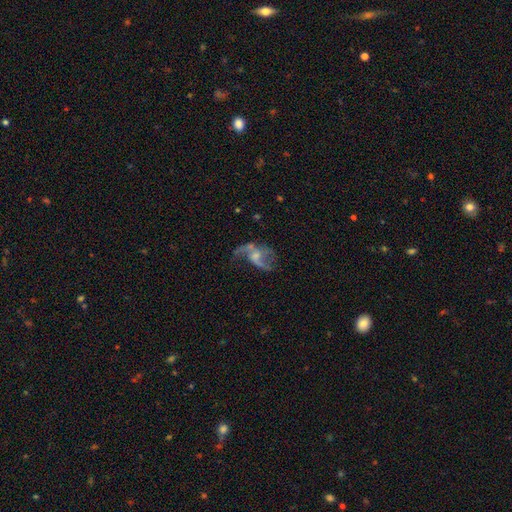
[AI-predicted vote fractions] A featured or disk galaxy (78%) with no bar (57%), 2 (74%) loose (77%) spiral arms (83%) and a small central bulge (49%). Merging: none (37%, tied with major disturbance).